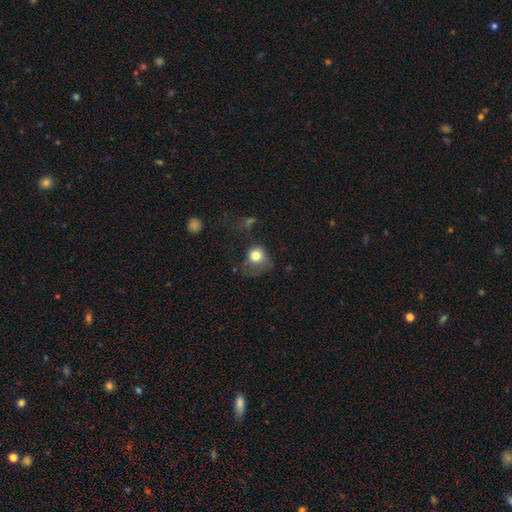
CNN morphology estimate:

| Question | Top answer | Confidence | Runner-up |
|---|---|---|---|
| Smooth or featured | smooth | 78% | featured or disk (11%) |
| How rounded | round | 76% | in between (23%) |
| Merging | none | 36% | major disturbance (32%) |